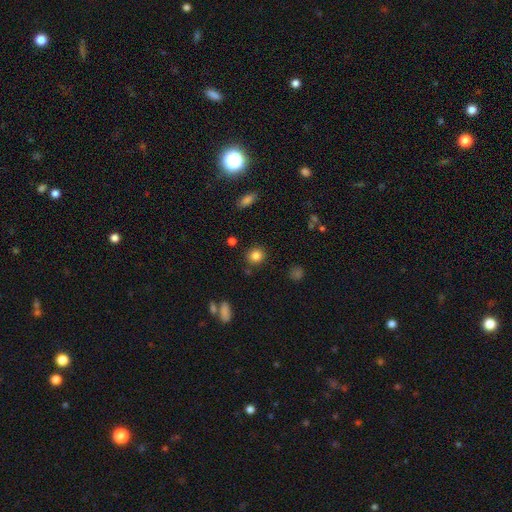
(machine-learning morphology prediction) smooth 84%, star or artifact 11%, featured or disk 5%. Down the decision tree: how rounded — round (86%); merging — none (87%).